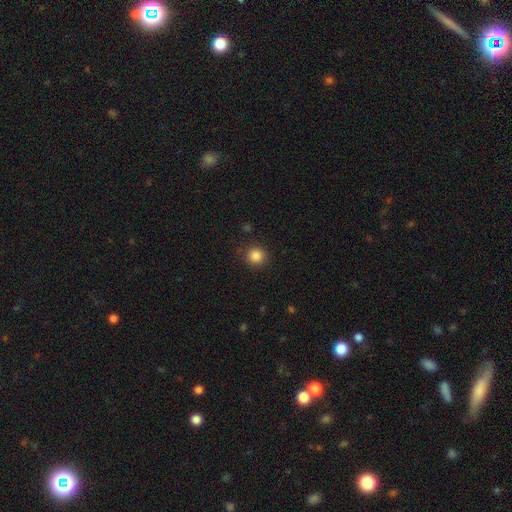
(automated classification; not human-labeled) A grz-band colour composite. It shows a smooth galaxy with no disk features (85%) that is round (93%). Merging: none (89%).